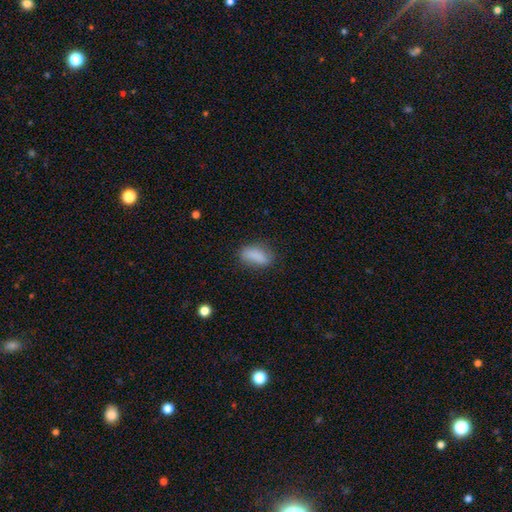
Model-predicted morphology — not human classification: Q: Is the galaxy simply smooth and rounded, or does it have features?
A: smooth — 83%.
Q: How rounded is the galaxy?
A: in between — 85%.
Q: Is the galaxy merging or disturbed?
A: none — 69%.